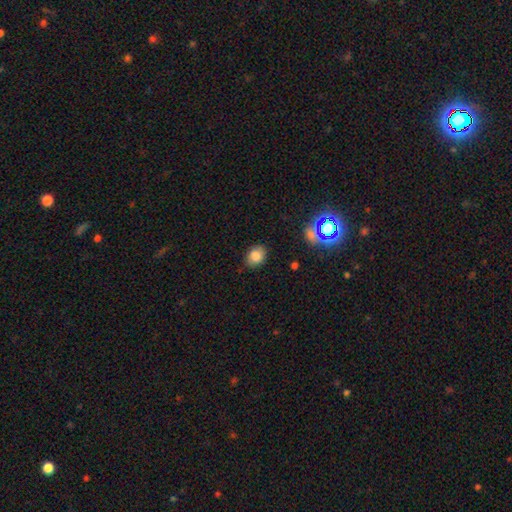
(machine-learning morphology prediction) This appears to be a smooth galaxy with no disk features (82%) that is in between round and cigar-shaped (63%). Merging: none (83%).